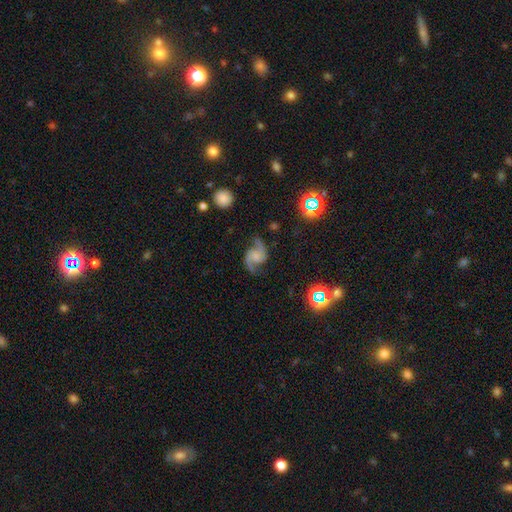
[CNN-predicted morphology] featured or disk 86%, star or artifact 7%, smooth 7%. Down the decision tree: edge-on disk — no (98%); bar — no (64%); spiral arms — yes (98%); spiral arm count — 2 (93%); spiral winding — loose (56%); bulge size — none (37%); merging — none (75%).